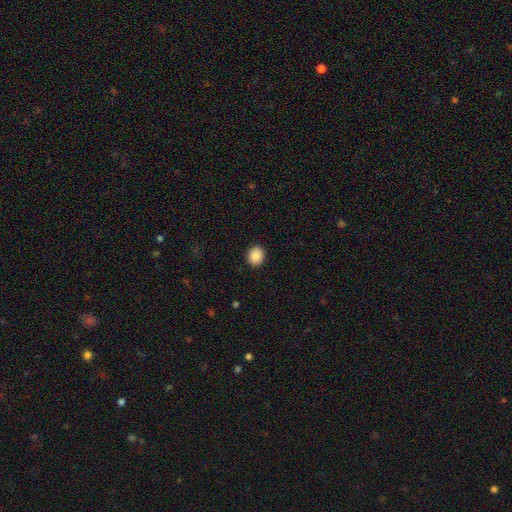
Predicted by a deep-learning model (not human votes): Smooth or featured: smooth — 89% (star or artifact — 8%)
How rounded: round — 75% (in between — 24%)
Merging: none — 91% (minor disturbance — 6%)